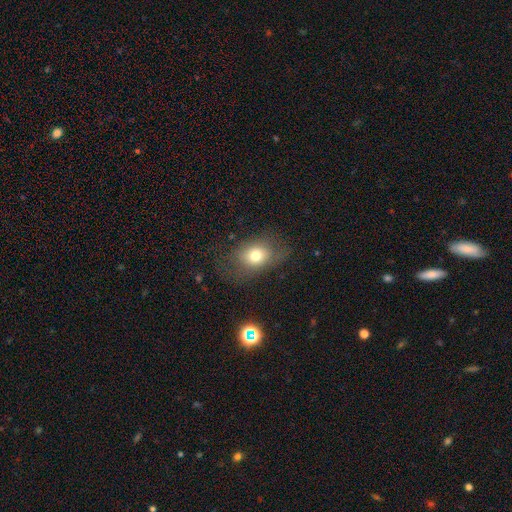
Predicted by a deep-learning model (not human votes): smooth_or_featured: smooth (p=0.72) [alt: featured or disk p=0.16]
how_rounded: in between (p=0.65) [alt: round p=0.33]
merging: none (p=0.62) [alt: minor disturbance p=0.21]